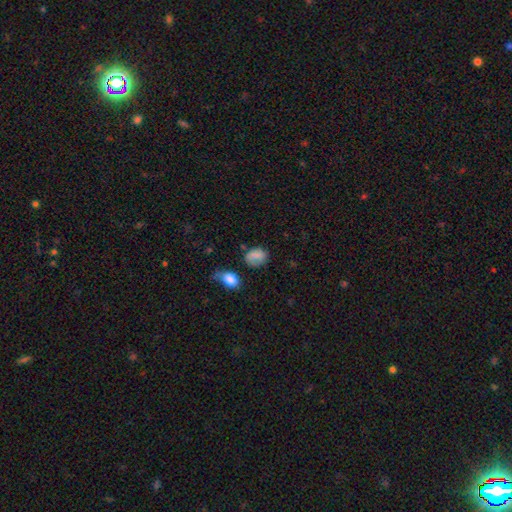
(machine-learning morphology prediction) This is likely a smooth galaxy (78%). How rounded: possibly in between (55%). Merging: possibly none (59%).